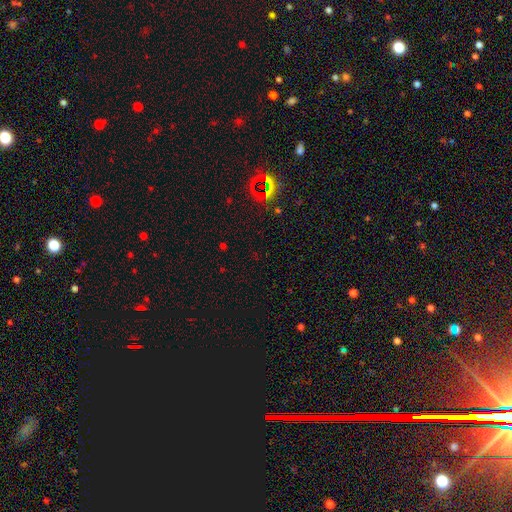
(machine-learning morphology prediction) star or artifact 70%, smooth 22%, featured or disk 8%.